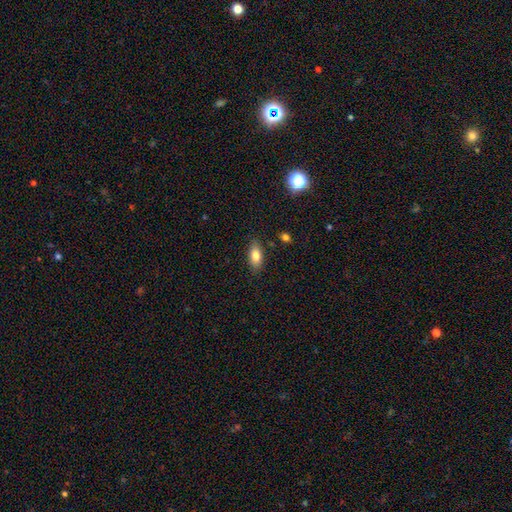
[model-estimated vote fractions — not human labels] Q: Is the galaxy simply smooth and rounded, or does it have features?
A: smooth — 81%.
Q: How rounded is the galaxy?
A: in between — 86%.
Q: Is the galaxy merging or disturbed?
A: none — 85%.